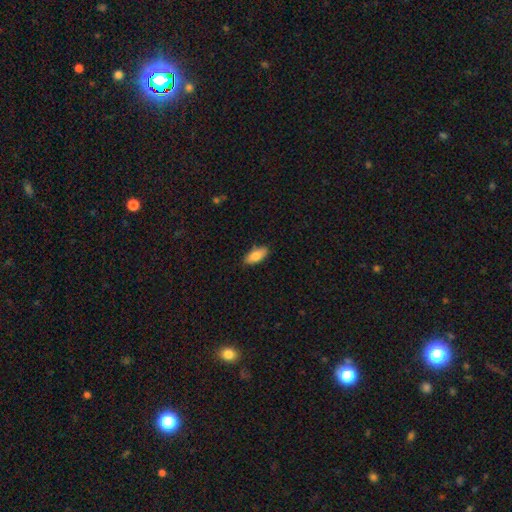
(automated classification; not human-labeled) Smooth or featured?
  - smooth: 81% *
  - featured or disk: 12%
  - star or artifact: 6%
How rounded?
  - in between: 88% *
  - cigar-shaped: 10%
  - round: 2%
Merging?
  - none: 86% *
  - minor disturbance: 11%
  - major disturbance: 2%
  - merger: 1%